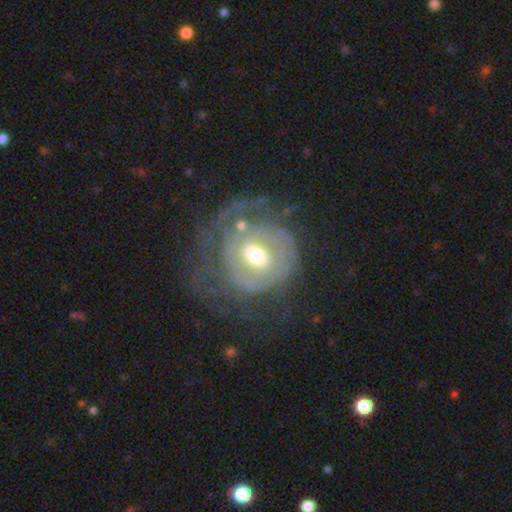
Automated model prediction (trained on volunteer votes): The model was most divided on "merging": none: 45%, major disturbance: 33%, minor disturbance: 19%, merger: 3%. More confident: edge-on disk — no (97%); smooth or featured — featured or disk (72%); bulge size — moderate (65%); spiral arms — yes (64%); bar — no (62%).